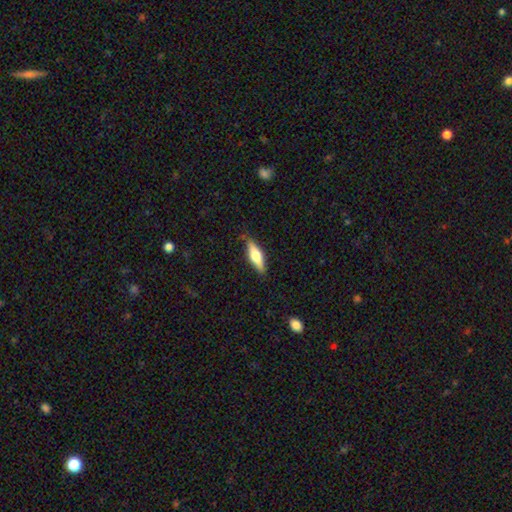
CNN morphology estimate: The model was most divided on "smooth or featured": smooth: 51%, featured or disk: 43%, star or artifact: 6%. More confident: merging — none (82%); how rounded — cigar-shaped (54%).